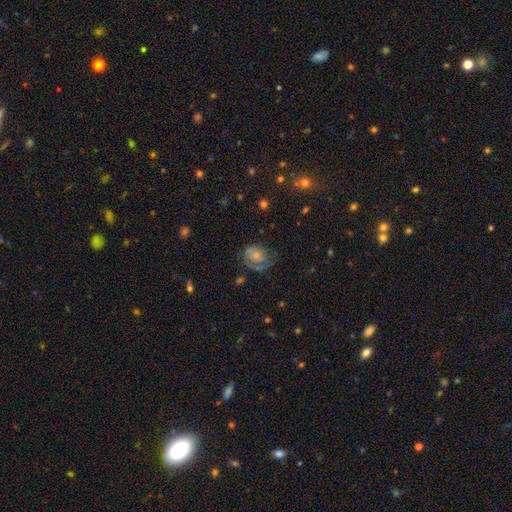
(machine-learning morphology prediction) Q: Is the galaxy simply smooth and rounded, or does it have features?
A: smooth — 46%.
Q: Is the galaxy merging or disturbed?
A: none — 45%.